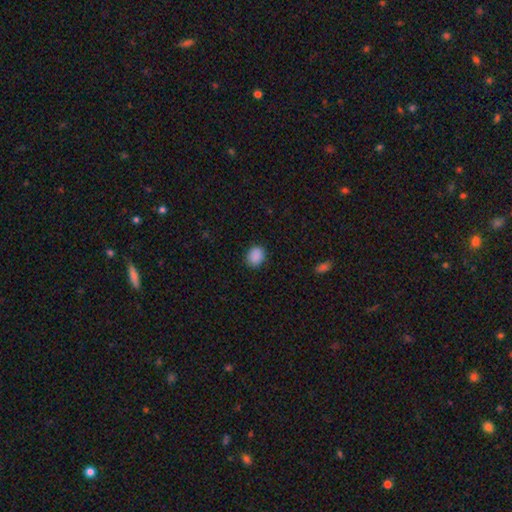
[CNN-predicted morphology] This is clearly a smooth galaxy (89%). How rounded: possibly round (60%). Merging: clearly none (87%).